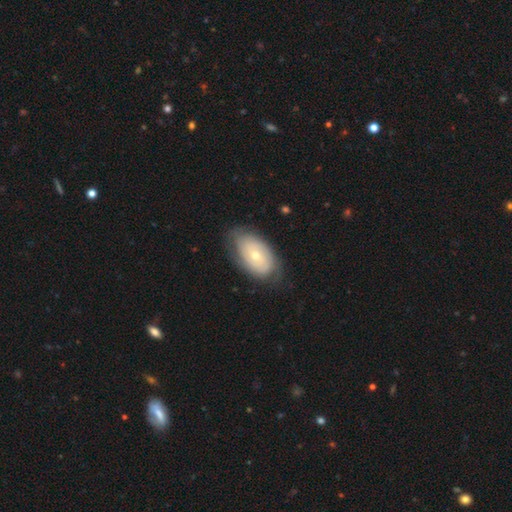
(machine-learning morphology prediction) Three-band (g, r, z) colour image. It shows a featured or disk galaxy (52%). Merging: none (73%).